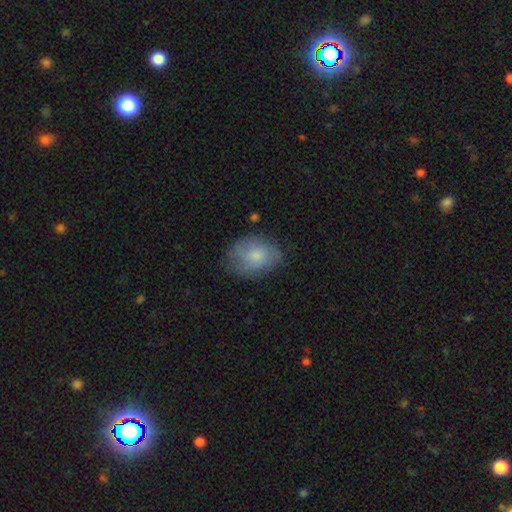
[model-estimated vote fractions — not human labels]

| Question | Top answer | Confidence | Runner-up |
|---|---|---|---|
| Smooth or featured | smooth | 63% | featured or disk (29%) |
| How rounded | in between | 67% | round (32%) |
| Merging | none | 68% | minor disturbance (23%) |